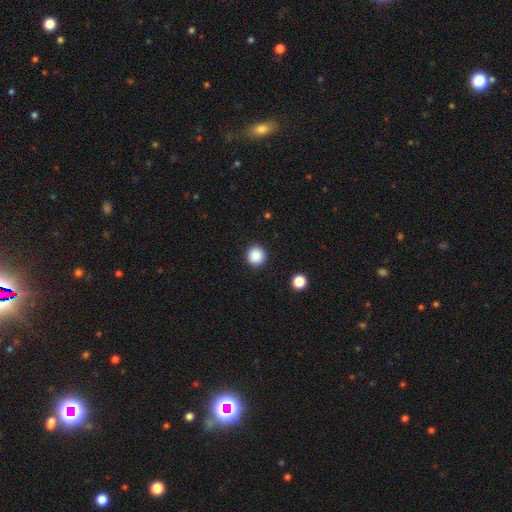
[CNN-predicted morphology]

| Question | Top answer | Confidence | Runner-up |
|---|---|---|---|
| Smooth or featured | smooth | 87% | star or artifact (10%) |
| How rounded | round | 95% | in between (4%) |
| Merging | none | 92% | minor disturbance (5%) |